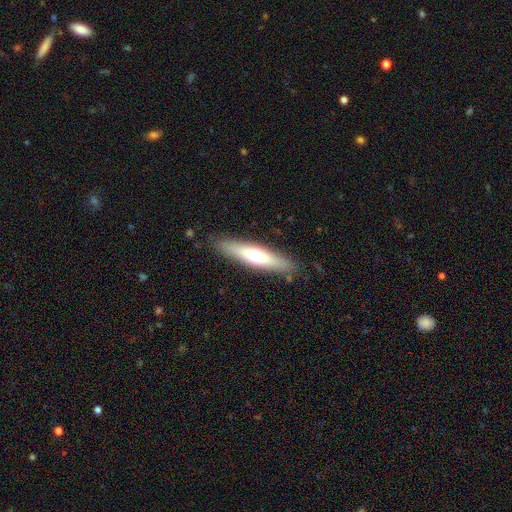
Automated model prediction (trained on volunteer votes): smooth 52%, featured or disk 42%, star or artifact 6%. Down the decision tree: how rounded — cigar-shaped (79%); merging — none (87%).